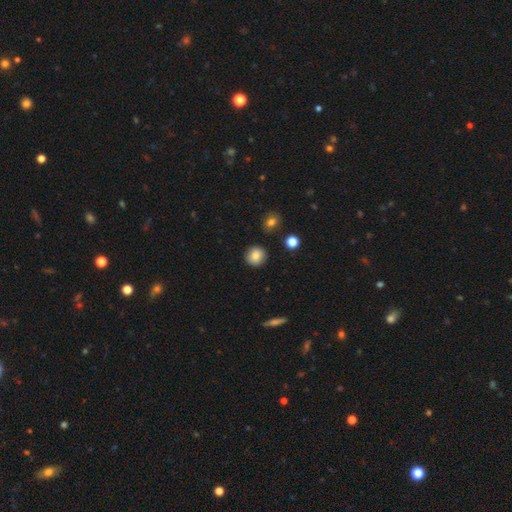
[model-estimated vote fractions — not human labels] Q: Smooth or featured?
A: smooth (84%); runner-up: star or artifact (9%)
Q: How rounded?
A: round (92%); runner-up: in between (7%)
Q: Merging?
A: none (90%); runner-up: minor disturbance (6%)